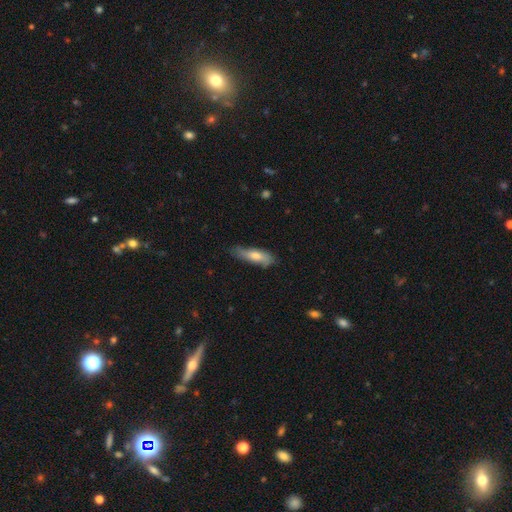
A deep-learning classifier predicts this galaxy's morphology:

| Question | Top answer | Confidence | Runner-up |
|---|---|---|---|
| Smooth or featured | smooth | 68% | featured or disk (26%) |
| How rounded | cigar-shaped | 59% | in between (39%) |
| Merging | none | 69% | minor disturbance (25%) |